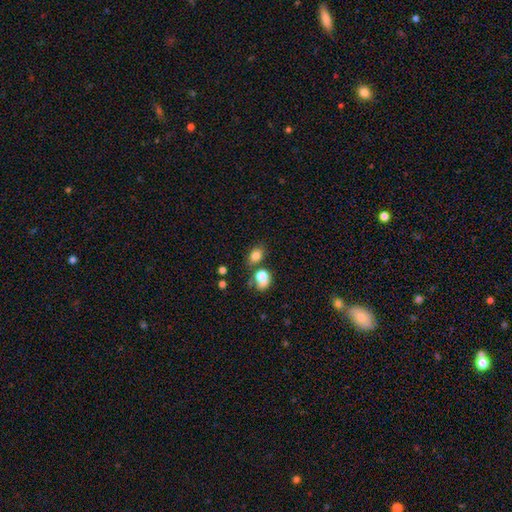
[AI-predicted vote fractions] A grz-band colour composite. It shows a smooth galaxy with no disk features (80%) that is in between round and cigar-shaped (68%). Merging: none (60%).